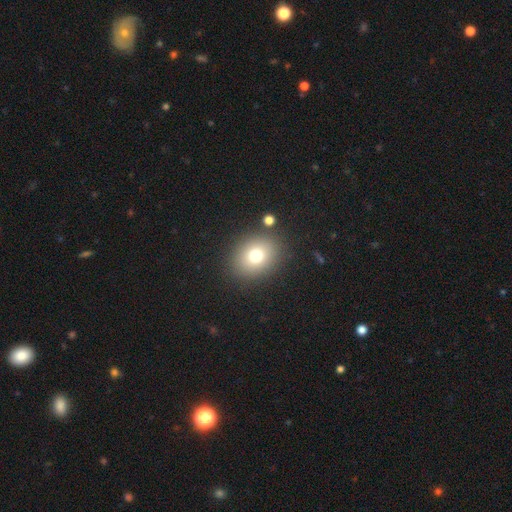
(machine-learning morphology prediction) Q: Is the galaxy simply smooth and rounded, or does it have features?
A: smooth — 74%.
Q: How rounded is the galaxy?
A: round — 56%.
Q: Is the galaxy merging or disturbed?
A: none — 85%.